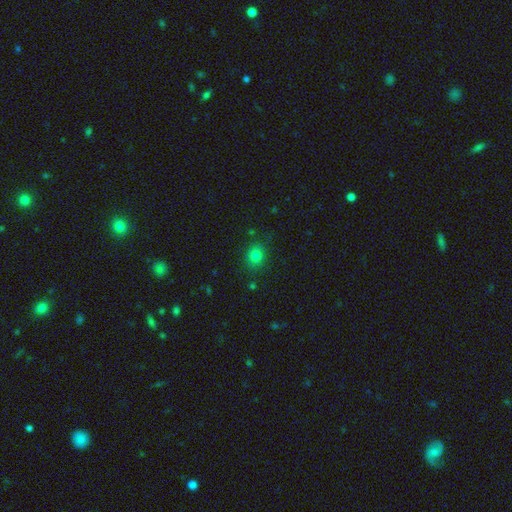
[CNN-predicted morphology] smooth 80%, star or artifact 14%, featured or disk 6%. Down the decision tree: how rounded — round (68%); merging — none (84%).